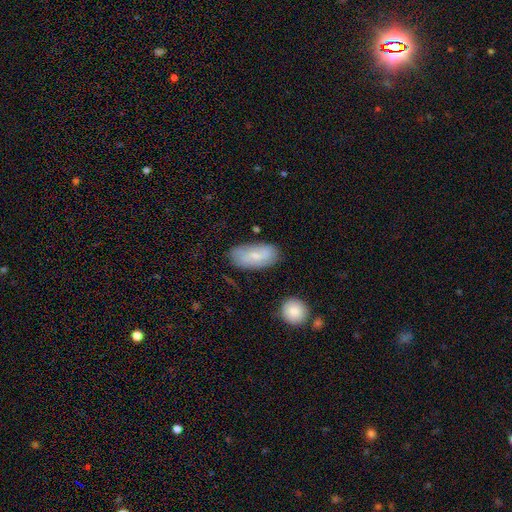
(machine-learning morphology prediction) Smooth or featured: smooth — 64% (featured or disk — 29%)
How rounded: in between — 91% (cigar-shaped — 6%)
Merging: none — 71% (minor disturbance — 21%)